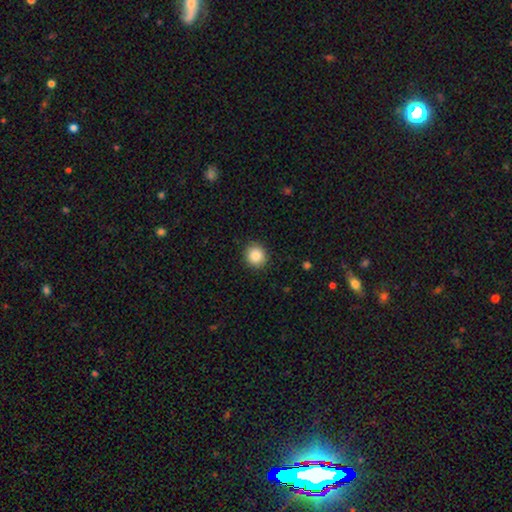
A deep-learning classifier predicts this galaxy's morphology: type=smooth (86%); roundness=round (91%); merging=none (91%).